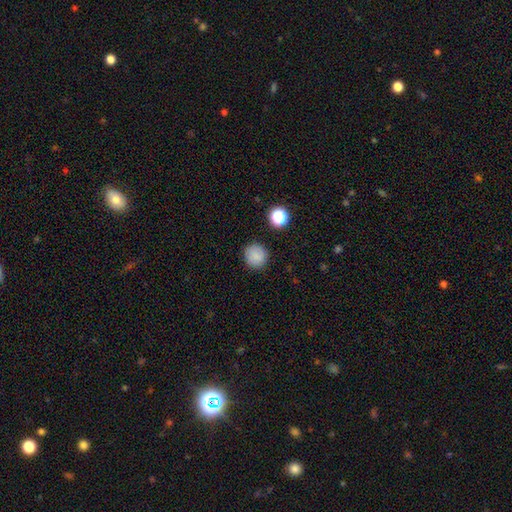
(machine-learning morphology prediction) Q: Smooth or featured?
A: smooth (83%); runner-up: star or artifact (11%)
Q: How rounded?
A: round (92%); runner-up: in between (7%)
Q: Merging?
A: none (88%); runner-up: minor disturbance (8%)